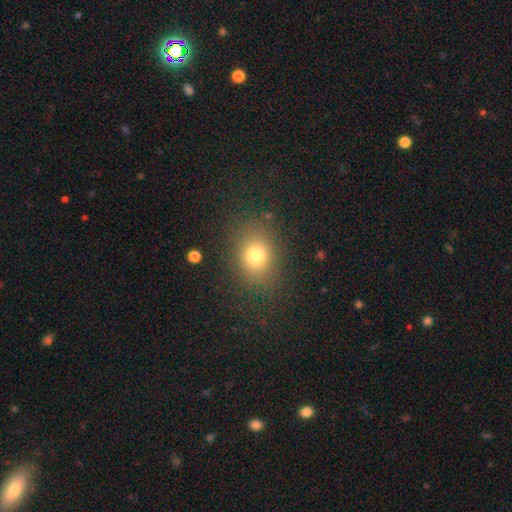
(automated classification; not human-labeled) The model was most divided on "how rounded": round: 55%, in between: 44%, cigar-shaped: 1%. More confident: merging — none (82%); smooth or featured — smooth (76%).